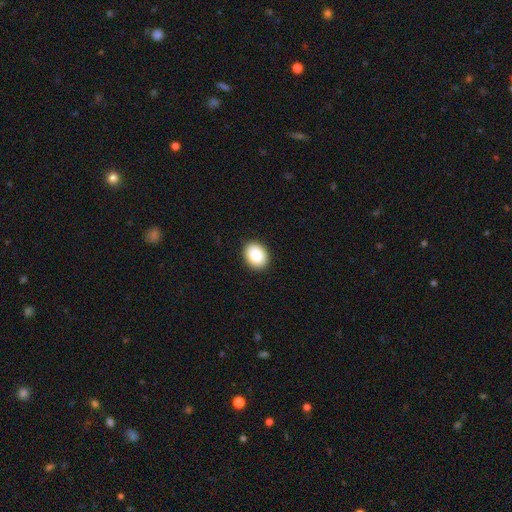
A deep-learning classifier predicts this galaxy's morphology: A smooth galaxy with no disk features (86%) that is in between round and cigar-shaped (64%).

Vote fractions:
- Smooth or featured? smooth: 86% / star or artifact: 8% / featured or disk: 6%
- How rounded? in between: 64% / round: 36% / cigar-shaped: 1%
- Merging? none: 91% / minor disturbance: 6% / major disturbance: 2% / merger: 1%